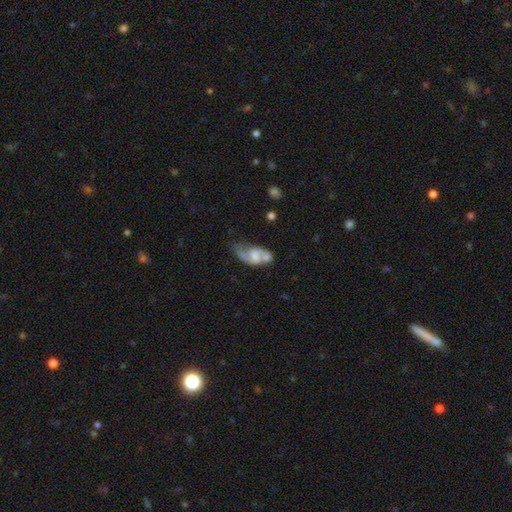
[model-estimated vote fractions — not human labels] Smooth or featured: featured or disk — 65% (smooth — 28%)
Edge-on disk: no — 96% (yes — 4%)
Bar: weak — 45% (no — 41%)
Spiral arms: yes — 80% (no — 20%)
Bulge size: small — 31% (none — 30%)
Merging: none — 35% (minor disturbance — 26%)